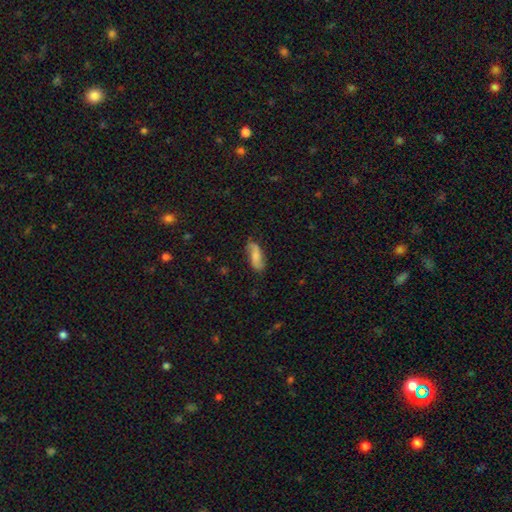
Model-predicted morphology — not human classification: This is possibly a smooth galaxy (59%). How rounded: likely in between (73%). Merging: likely none (74%).